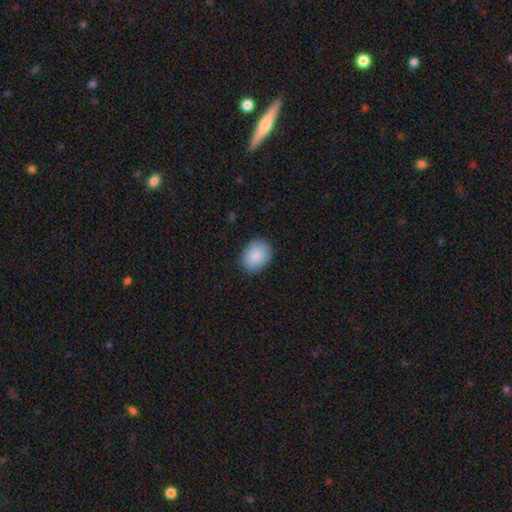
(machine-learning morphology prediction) Overall: smooth (88%). How rounded: in between (62%; round 37%). Merging: none (86%).